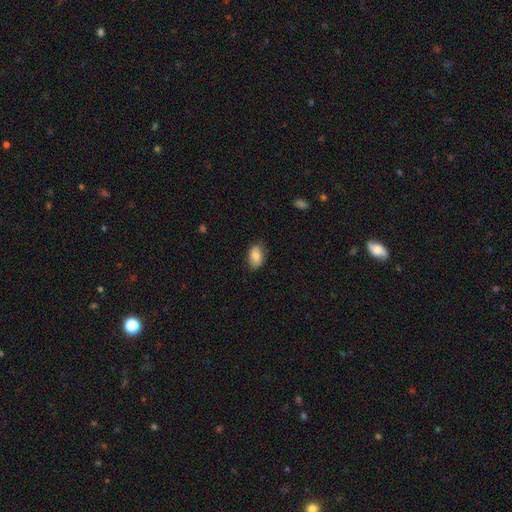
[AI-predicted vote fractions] Smooth or featured?
  - smooth: 83% *
  - featured or disk: 10%
  - star or artifact: 7%
How rounded?
  - in between: 90% *
  - round: 8%
  - cigar-shaped: 2%
Merging?
  - none: 75% *
  - minor disturbance: 20%
  - major disturbance: 4%
  - merger: 1%